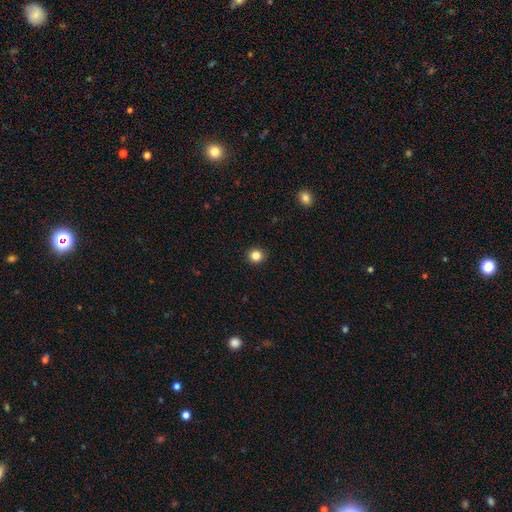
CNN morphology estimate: Smooth or featured: smooth — 84% (star or artifact — 12%)
How rounded: round — 92% (in between — 7%)
Merging: none — 93% (minor disturbance — 4%)